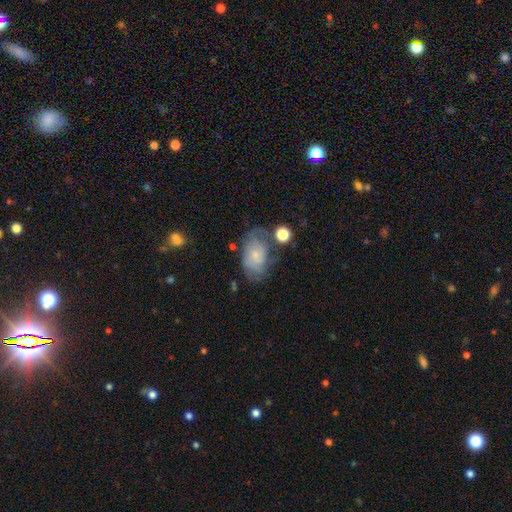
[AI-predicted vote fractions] A smooth galaxy with no disk features (48%). Merging: none (45%).